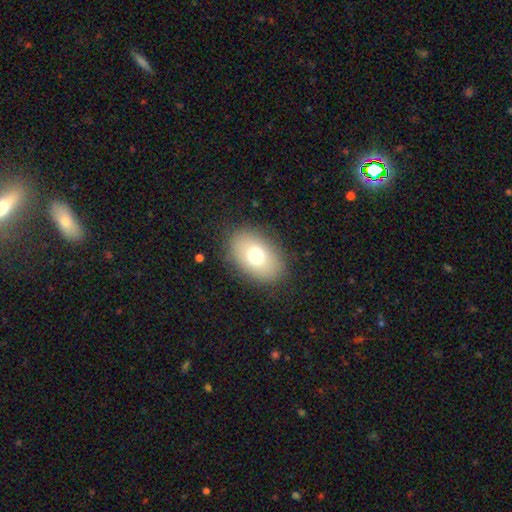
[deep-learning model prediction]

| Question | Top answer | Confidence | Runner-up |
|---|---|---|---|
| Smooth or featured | smooth | 72% | featured or disk (17%) |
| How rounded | in between | 83% | round (15%) |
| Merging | none | 85% | minor disturbance (10%) |